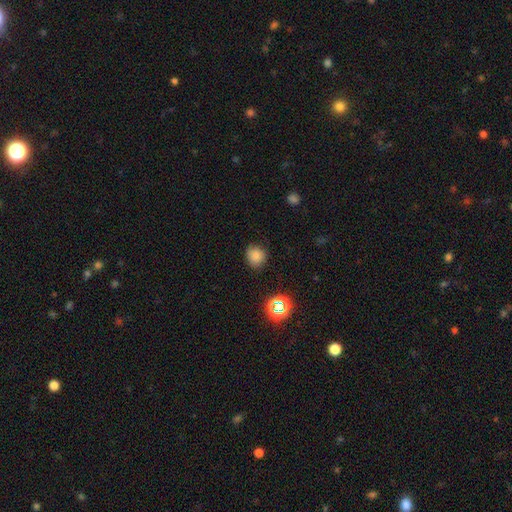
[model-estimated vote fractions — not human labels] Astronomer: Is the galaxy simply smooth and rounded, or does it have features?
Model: smooth — 79%.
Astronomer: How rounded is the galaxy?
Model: round — 86%.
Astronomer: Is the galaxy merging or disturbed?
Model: none — 82%.